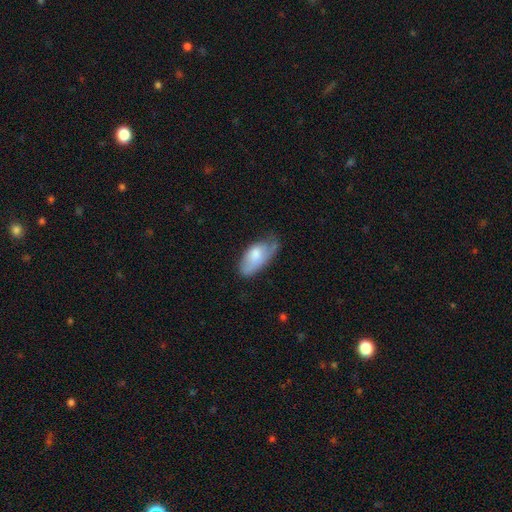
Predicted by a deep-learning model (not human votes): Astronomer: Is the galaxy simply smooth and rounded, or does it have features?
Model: smooth — 70%.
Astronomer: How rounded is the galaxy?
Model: in between — 92%.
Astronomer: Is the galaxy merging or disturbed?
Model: minor disturbance — 41% (runner-up: none, 39%).